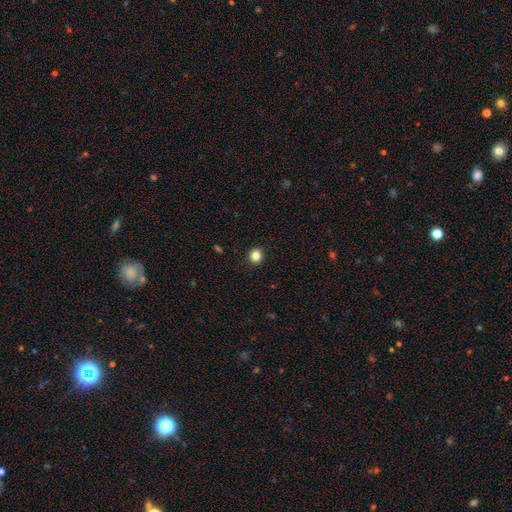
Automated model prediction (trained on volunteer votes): smooth_or_featured: smooth (p=0.84) [alt: star or artifact p=0.11]
how_rounded: round (p=0.87) [alt: in between p=0.12]
merging: none (p=0.93) [alt: minor disturbance p=0.05]